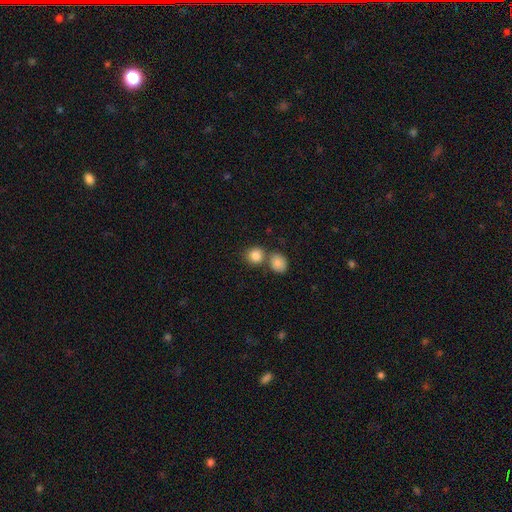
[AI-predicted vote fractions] Q: Smooth or featured?
A: smooth (84%); runner-up: star or artifact (9%)
Q: How rounded?
A: round (84%); runner-up: in between (15%)
Q: Merging?
A: none (55%); runner-up: merger (35%)